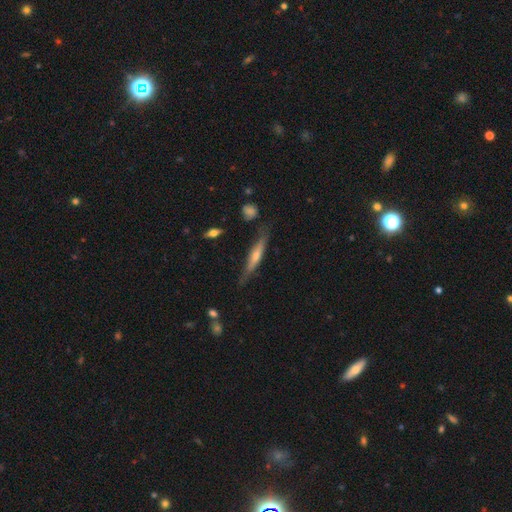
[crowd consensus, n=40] featured or disk 72%, smooth 22%, star or artifact 5%. Down the decision tree: edge-on disk — yes (93%); edge-on bulge — rounded (70%); merging — none (82%).